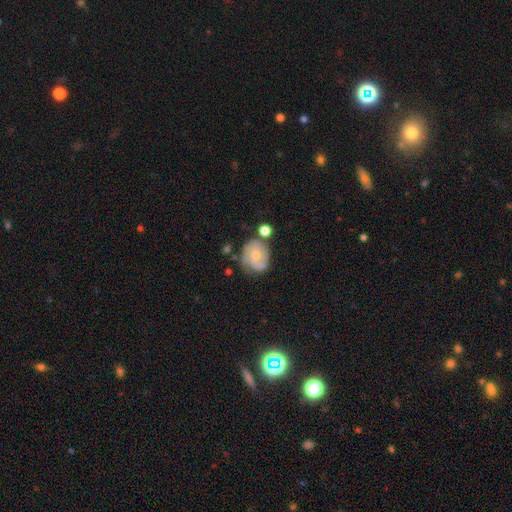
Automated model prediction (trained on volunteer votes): Morphology: type=featured or disk (61%); edge-on=no (97%); bar=no (75%); spiral arms=yes (83%); bulge=small (54%); merging=none (54%).